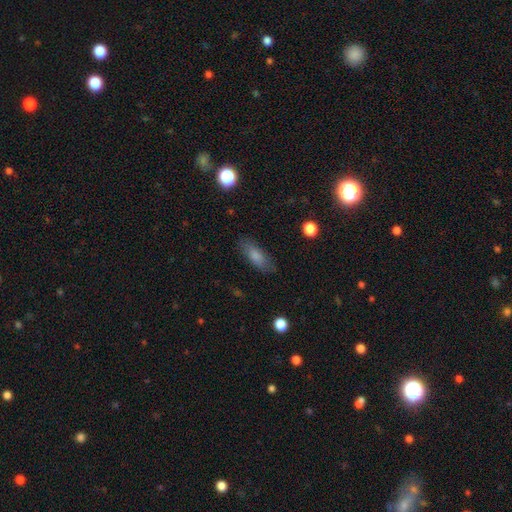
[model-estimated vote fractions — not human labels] Smooth or featured: smooth — 80% (featured or disk — 12%)
How rounded: in between — 68% (cigar-shaped — 29%)
Merging: none — 82% (minor disturbance — 13%)